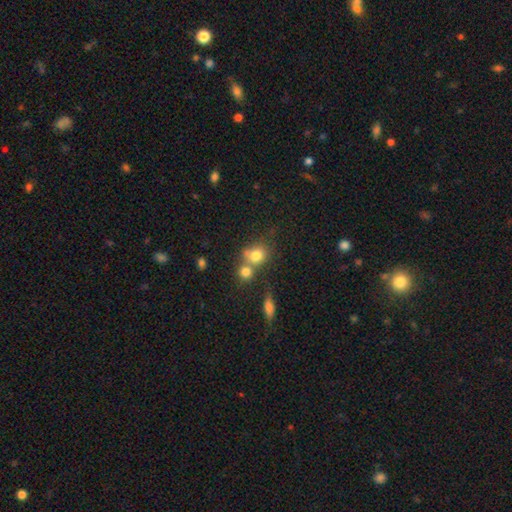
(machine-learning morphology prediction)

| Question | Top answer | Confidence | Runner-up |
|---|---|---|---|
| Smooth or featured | smooth | 77% | star or artifact (12%) |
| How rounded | round | 68% | in between (31%) |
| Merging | none | 43% | merger (42%) |